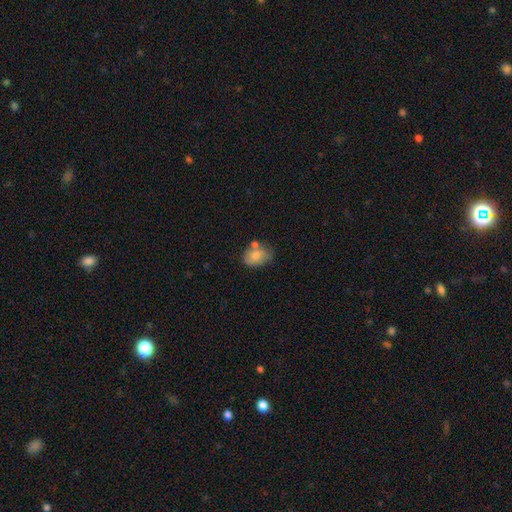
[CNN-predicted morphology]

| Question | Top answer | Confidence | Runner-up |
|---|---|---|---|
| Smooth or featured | smooth | 78% | featured or disk (14%) |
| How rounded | in between | 73% | round (26%) |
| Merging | none | 52% | minor disturbance (25%) |